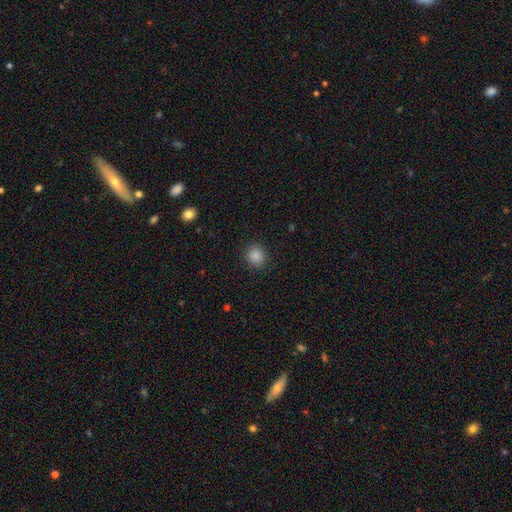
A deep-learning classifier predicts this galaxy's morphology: A smooth galaxy with no disk features (86%) that is round (86%). Merging: none (90%).